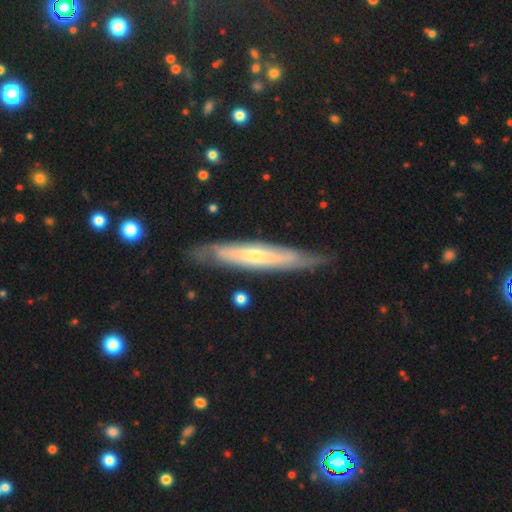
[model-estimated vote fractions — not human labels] featured or disk 65%, smooth 30%, star or artifact 5%. Down the decision tree: edge-on disk — yes (64%); merging — none (78%).